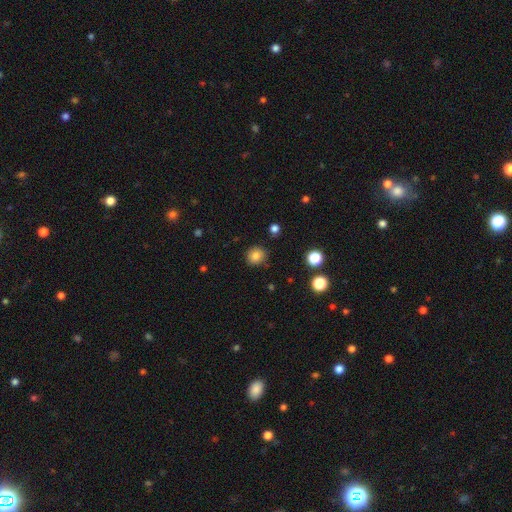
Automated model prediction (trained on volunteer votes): smooth-or-featured: smooth: 83% | star or artifact: 12% | featured or disk: 6%
  how-rounded: round: 86% | in between: 13% | cigar-shaped: 1%
  merging: none: 87% | minor disturbance: 9% | major disturbance: 2% | merger: 2%